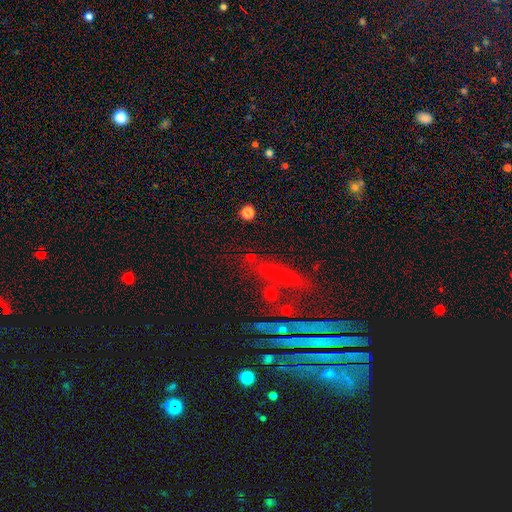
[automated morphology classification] Smooth or featured? star or artifact (60%)